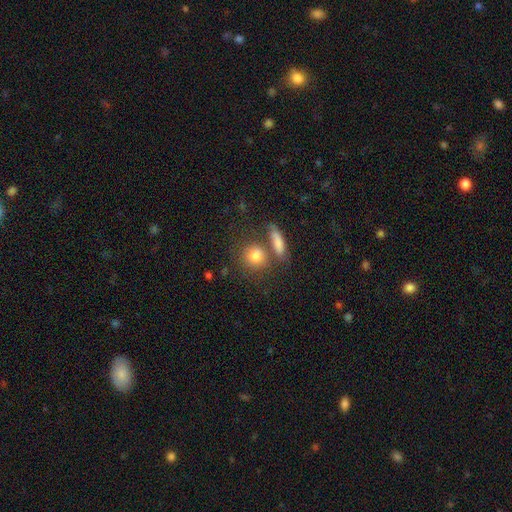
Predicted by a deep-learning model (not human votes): A smooth galaxy with no disk features (80%) that is round (74%). Merging: none (59%).